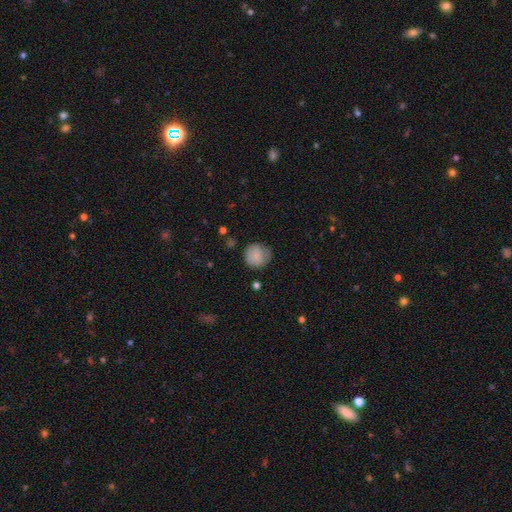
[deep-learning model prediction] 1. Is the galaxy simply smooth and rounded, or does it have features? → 83% smooth, 9% featured or disk, 8% star or artifact.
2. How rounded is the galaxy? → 91% round, 8% in between, 1% cigar-shaped.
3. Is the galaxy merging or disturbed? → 75% none, 19% minor disturbance, 5% major disturbance, 1% merger.